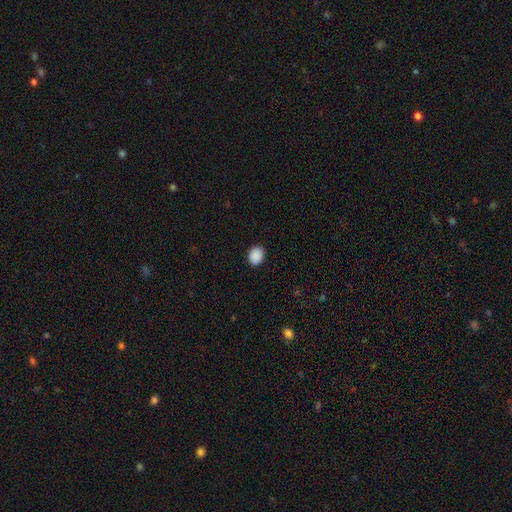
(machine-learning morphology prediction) This appears to be a smooth galaxy with no disk features (90%) that is round (52%). Merging: none (91%).